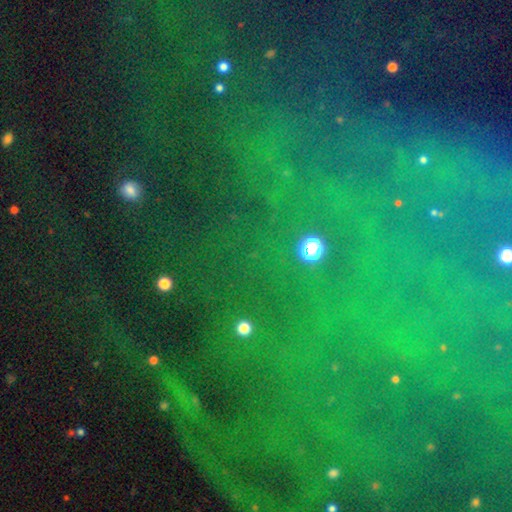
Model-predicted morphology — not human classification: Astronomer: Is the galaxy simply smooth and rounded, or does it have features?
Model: star or artifact — 76%.